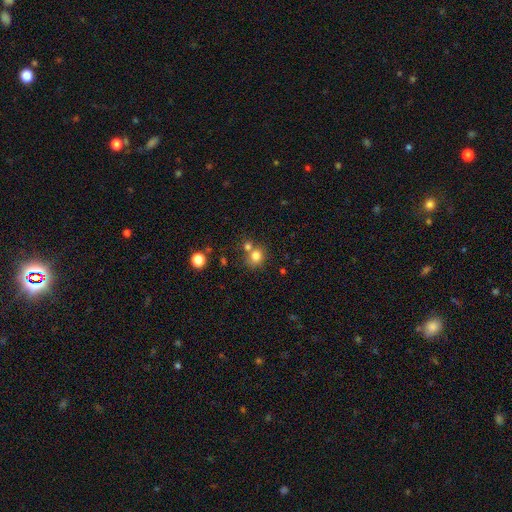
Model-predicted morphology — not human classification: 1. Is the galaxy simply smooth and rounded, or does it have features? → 78% smooth, 13% star or artifact, 9% featured or disk.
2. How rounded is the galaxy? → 78% round, 21% in between, 1% cigar-shaped.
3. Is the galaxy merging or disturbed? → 54% none, 32% merger, 10% minor disturbance, 4% major disturbance.